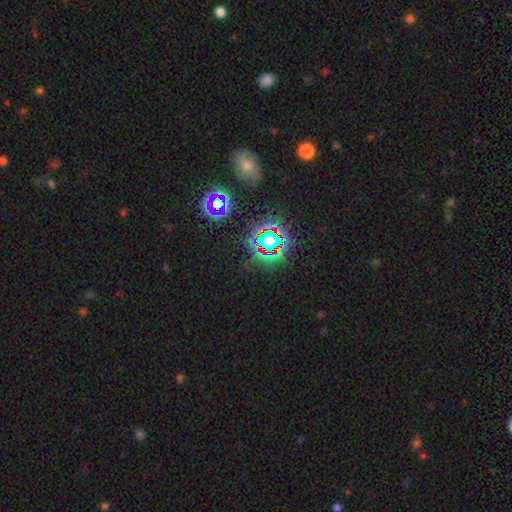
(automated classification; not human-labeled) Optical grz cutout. It shows a star or artifact, not a galaxy (77%).